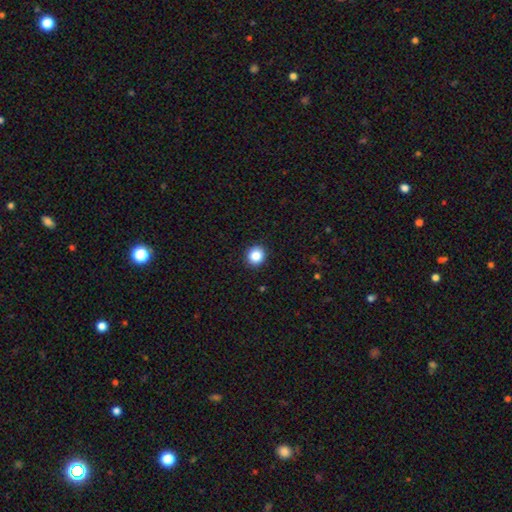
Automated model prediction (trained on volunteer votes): smooth 86%, star or artifact 10%, featured or disk 4%. Down the decision tree: how rounded — round (89%); merging — none (92%).